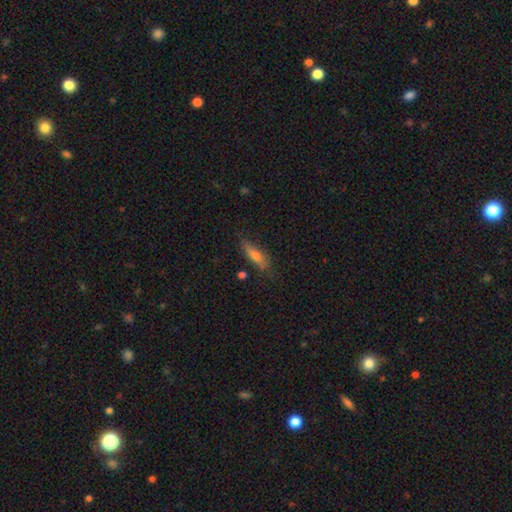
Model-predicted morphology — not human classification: This appears to be a smooth galaxy with no disk features (58%) that is cigar-shaped (59%). Merging: none (73%).